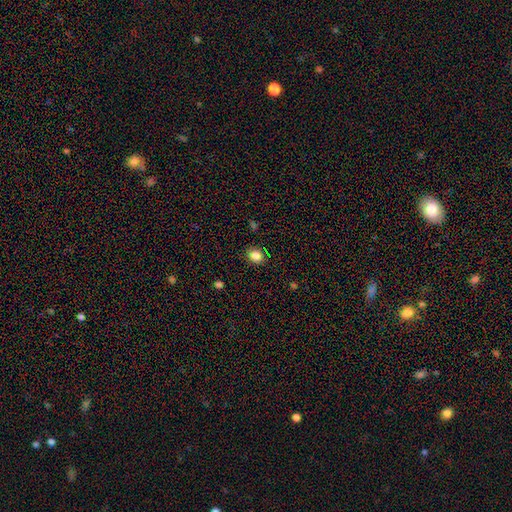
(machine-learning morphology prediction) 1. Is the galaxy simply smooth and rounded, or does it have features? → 84% smooth, 12% star or artifact, 4% featured or disk.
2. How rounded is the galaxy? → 70% round, 29% in between, 1% cigar-shaped.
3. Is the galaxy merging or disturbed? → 88% none, 8% minor disturbance, 2% major disturbance, 1% merger.